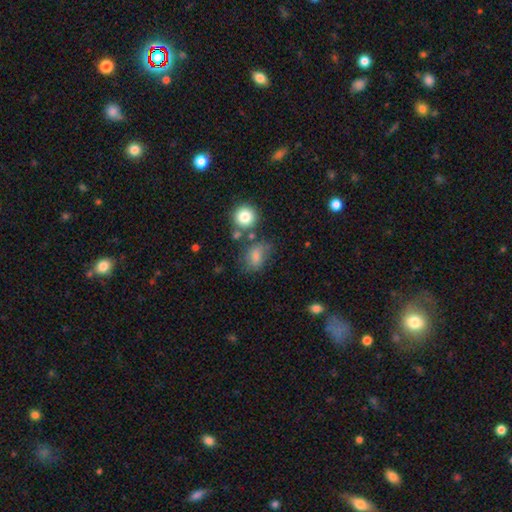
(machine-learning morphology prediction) Overall: smooth (76%). How rounded: in between (63%; round 35%). Merging: none (53%; minor disturbance 24%).